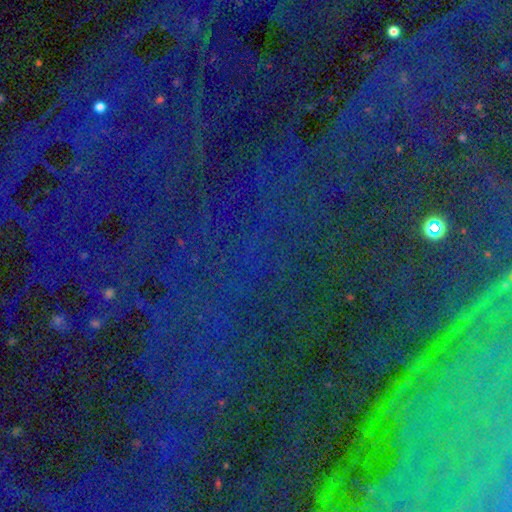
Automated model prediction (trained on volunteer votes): This appears to be a star or artifact, not a galaxy (82%).